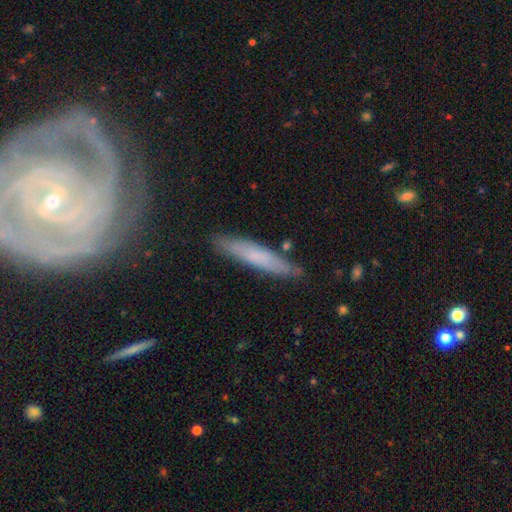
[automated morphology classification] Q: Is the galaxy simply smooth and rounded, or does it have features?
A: smooth — 65%.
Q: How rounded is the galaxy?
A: cigar-shaped — 89%.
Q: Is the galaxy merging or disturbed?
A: none — 81%.